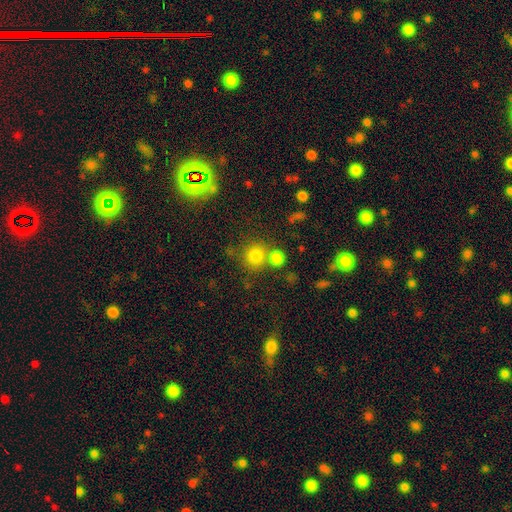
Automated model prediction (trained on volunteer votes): Smooth or featured: smooth — 79% (star or artifact — 14%)
How rounded: round — 89% (in between — 9%)
Merging: none — 63% (merger — 25%)